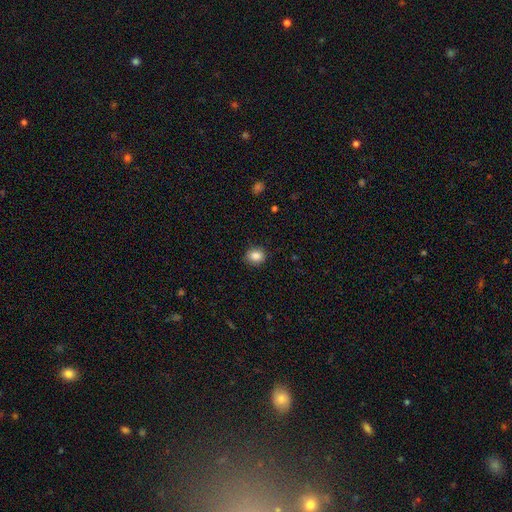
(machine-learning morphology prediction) smooth 86%, star or artifact 9%, featured or disk 4%. Down the decision tree: how rounded — round (68%); merging — none (87%).